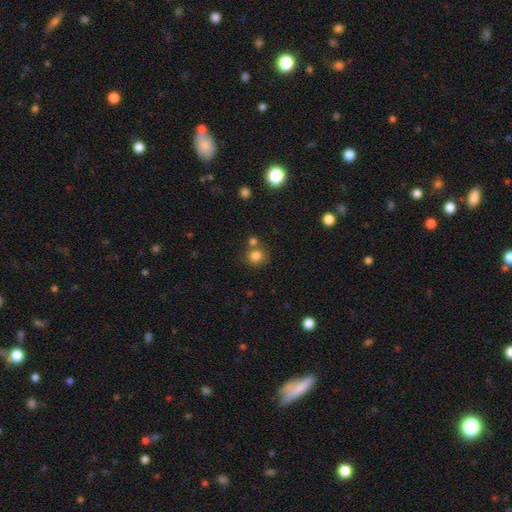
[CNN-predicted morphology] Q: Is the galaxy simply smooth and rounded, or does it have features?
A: smooth — 81%.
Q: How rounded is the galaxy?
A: round — 88%.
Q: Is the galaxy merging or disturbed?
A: none — 65%.